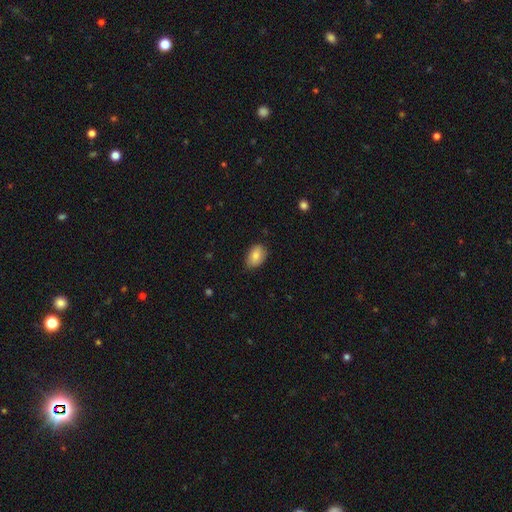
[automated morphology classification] type=smooth (80%); roundness=in between (84%); merging=none (76%).